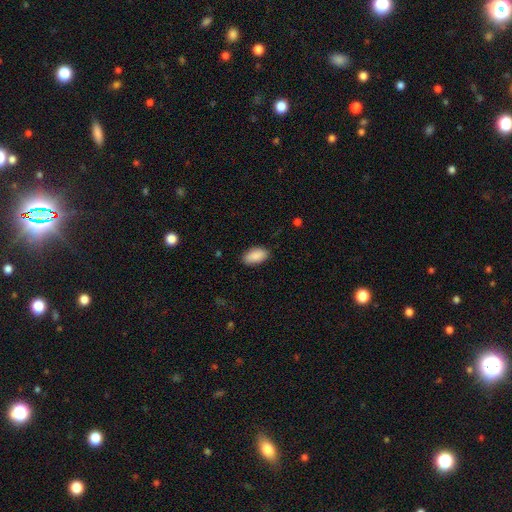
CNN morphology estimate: The model was most divided on "merging": none: 87%, minor disturbance: 10%, major disturbance: 2%, merger: 1%. More confident: how rounded — in between (94%); smooth or featured — smooth (90%).